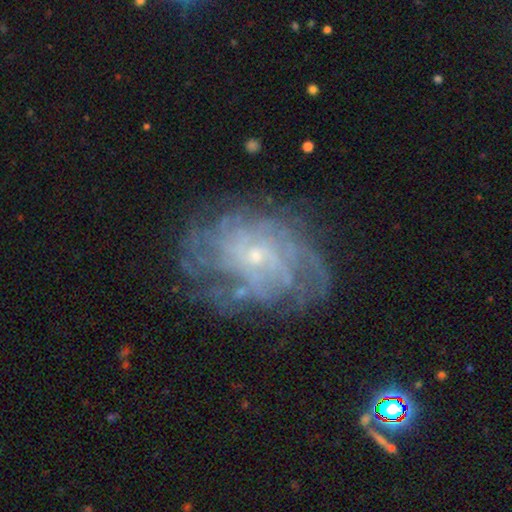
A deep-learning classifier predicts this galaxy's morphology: A featured or disk galaxy (79%) with no bar (76%), tight (59%) spiral arms (84%) and a small central bulge (79%). Merging: none (67%).